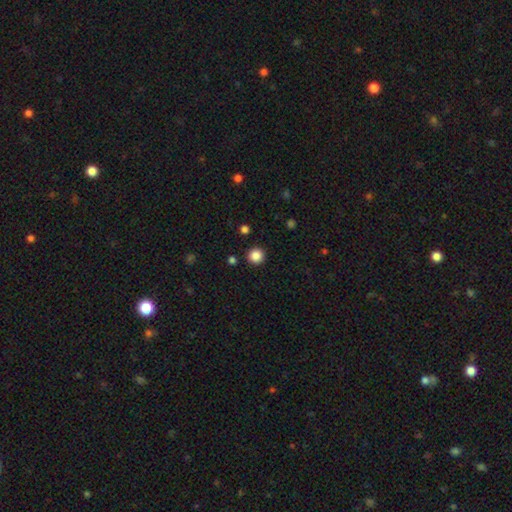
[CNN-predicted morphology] This appears to be a smooth galaxy with no disk features (87%) that is round (96%). Merging: none (92%).